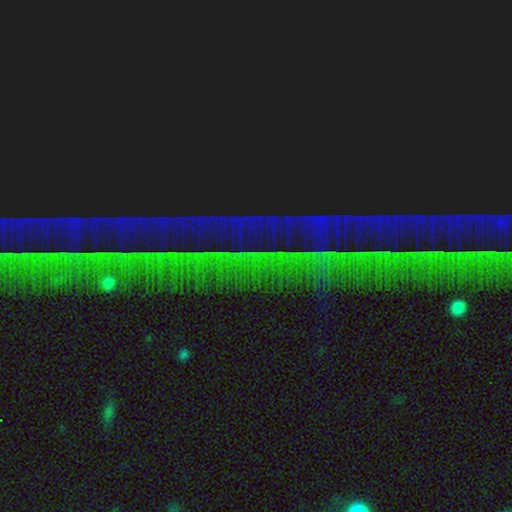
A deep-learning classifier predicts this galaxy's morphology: star or artifact 88%, featured or disk 7%, smooth 5%.